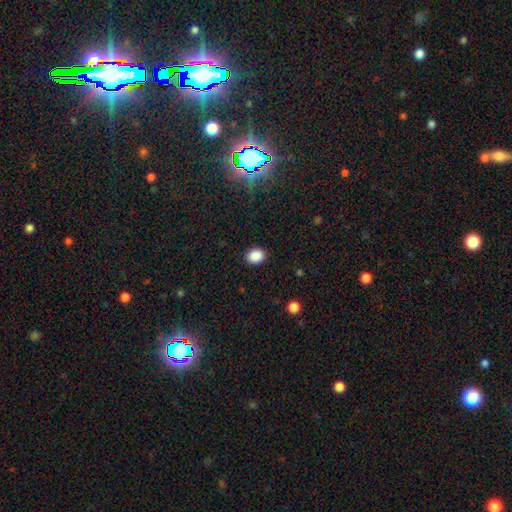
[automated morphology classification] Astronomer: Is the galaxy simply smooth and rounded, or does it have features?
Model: smooth — 88%.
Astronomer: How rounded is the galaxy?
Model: in between — 50% (runner-up: round, 49%).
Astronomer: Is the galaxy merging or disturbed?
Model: none — 90%.